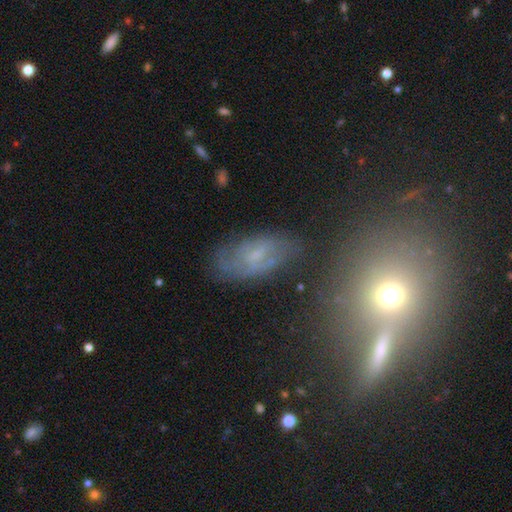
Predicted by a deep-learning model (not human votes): Smooth or featured: featured or disk — 56% (smooth — 32%)
Edge-on disk: no — 91% (yes — 9%)
Bar: no — 47% (weak — 43%)
Spiral arms: yes — 67% (no — 33%)
Bulge size: small — 59% (none — 19%)
Merging: none — 66% (minor disturbance — 21%)